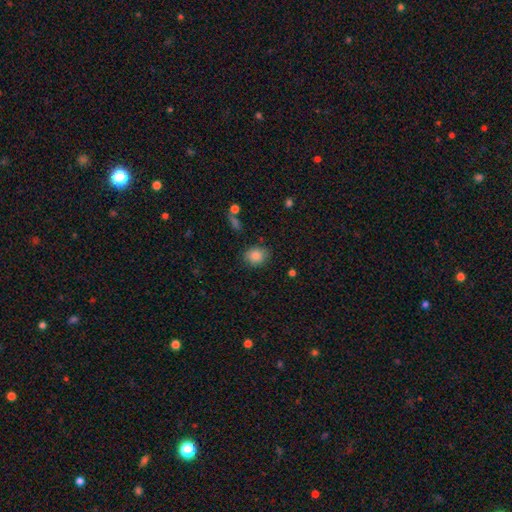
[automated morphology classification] A smooth galaxy with no disk features (86%) that is round (60%).

Vote fractions:
- Smooth or featured? smooth: 86% / star or artifact: 9% / featured or disk: 5%
- How rounded? round: 60% / in between: 39% / cigar-shaped: 1%
- Merging? none: 81% / minor disturbance: 13% / major disturbance: 4% / merger: 2%